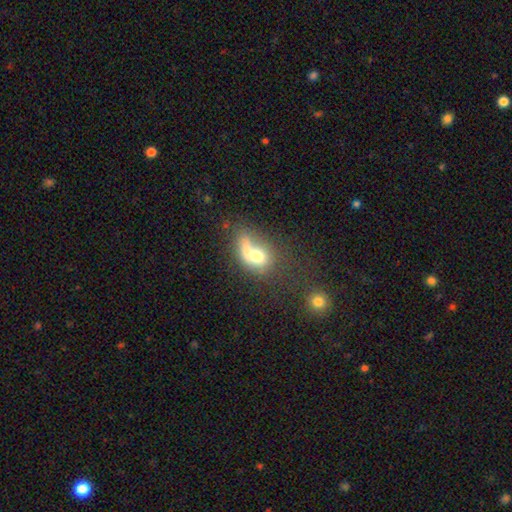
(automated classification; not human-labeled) Smooth or featured: smooth — 64% (featured or disk — 26%)
How rounded: in between — 59% (round — 39%)
Merging: merger — 55% (none — 20%)